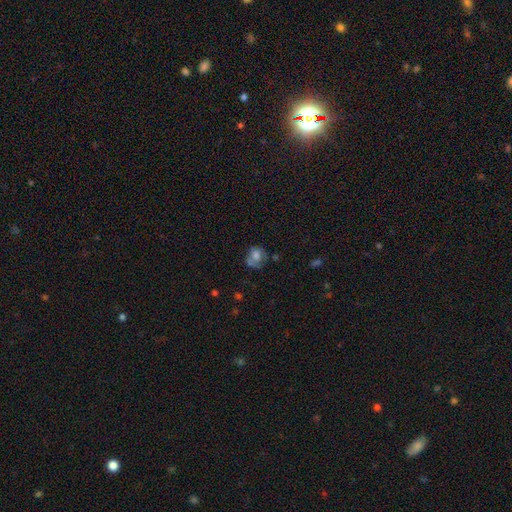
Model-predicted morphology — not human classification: This is likely a smooth galaxy (62%). How rounded: possibly round (59%). Merging: marginally none (42%).